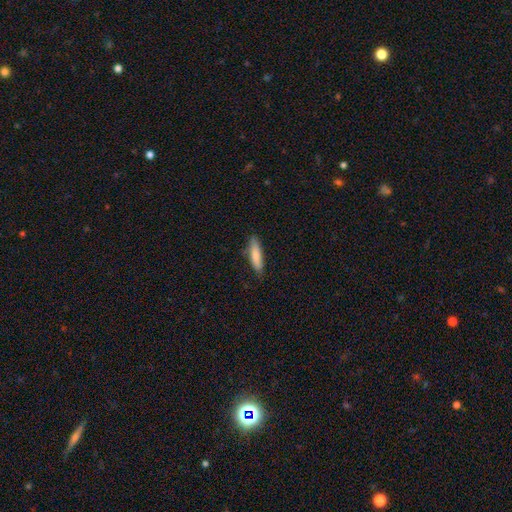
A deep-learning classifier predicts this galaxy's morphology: A smooth galaxy with no disk features (83%) that is cigar-shaped (66%).

Vote fractions:
- Smooth or featured? smooth: 83% / featured or disk: 11% / star or artifact: 6%
- How rounded? cigar-shaped: 66% / in between: 32% / round: 1%
- Merging? none: 81% / minor disturbance: 15% / major disturbance: 2% / merger: 1%